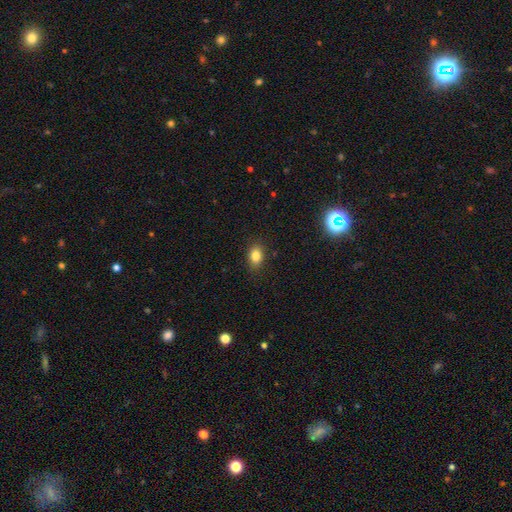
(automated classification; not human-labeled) Q: Smooth or featured?
A: smooth (82%); runner-up: star or artifact (11%)
Q: How rounded?
A: in between (75%); runner-up: round (23%)
Q: Merging?
A: none (86%); runner-up: minor disturbance (10%)